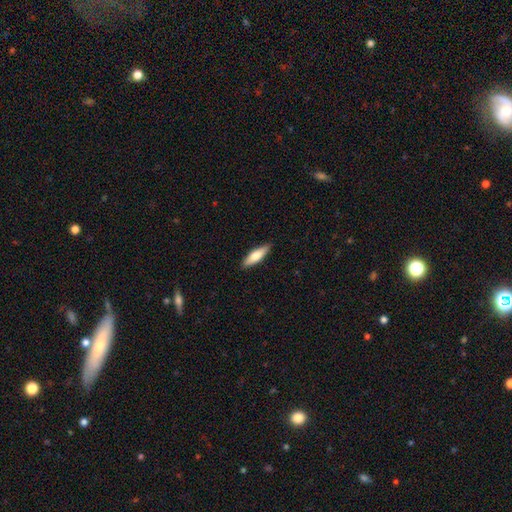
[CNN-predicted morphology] The model was most divided on "how rounded": cigar-shaped: 55%, in between: 43%, round: 2%. More confident: merging — none (89%); smooth or featured — smooth (69%).